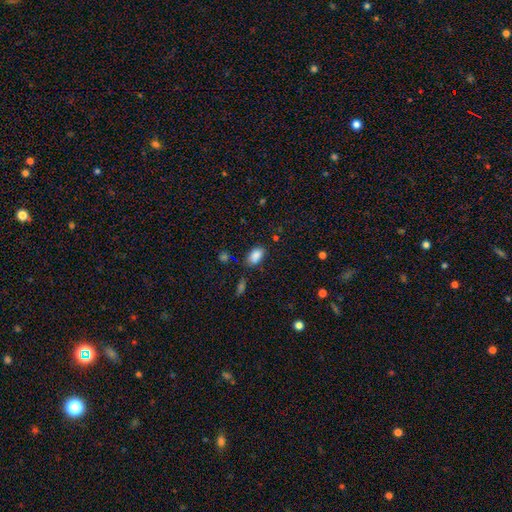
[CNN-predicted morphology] A smooth galaxy with no disk features (86%) that is in between round and cigar-shaped (92%). Merging: none (75%).